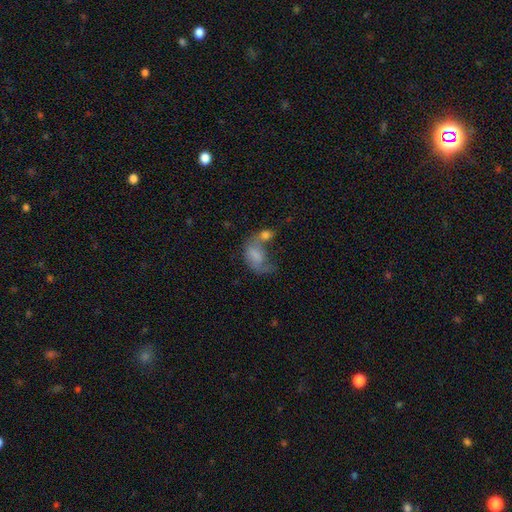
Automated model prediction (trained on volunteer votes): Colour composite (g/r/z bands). It shows a smooth galaxy with no disk features (63%) that is in between round and cigar-shaped (85%). Merging: merger (50%).